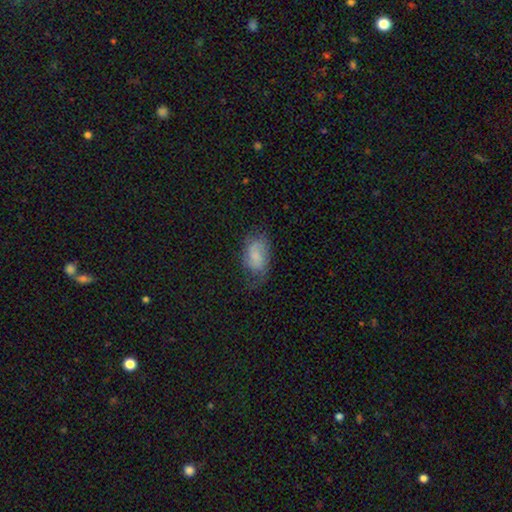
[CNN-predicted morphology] Smooth or featured?
  - smooth: 62% *
  - featured or disk: 30%
  - star or artifact: 8%
How rounded?
  - in between: 89% *
  - round: 9%
  - cigar-shaped: 2%
Merging?
  - none: 49% *
  - minor disturbance: 31%
  - major disturbance: 18%
  - merger: 2%